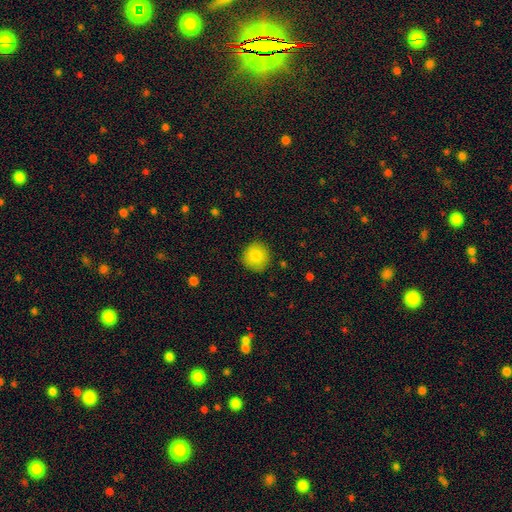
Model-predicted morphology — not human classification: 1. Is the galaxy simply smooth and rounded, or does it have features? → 84% smooth, 9% star or artifact, 7% featured or disk.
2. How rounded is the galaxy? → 92% round, 7% in between, 1% cigar-shaped.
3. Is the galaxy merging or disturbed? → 88% none, 8% minor disturbance, 2% major disturbance, 1% merger.